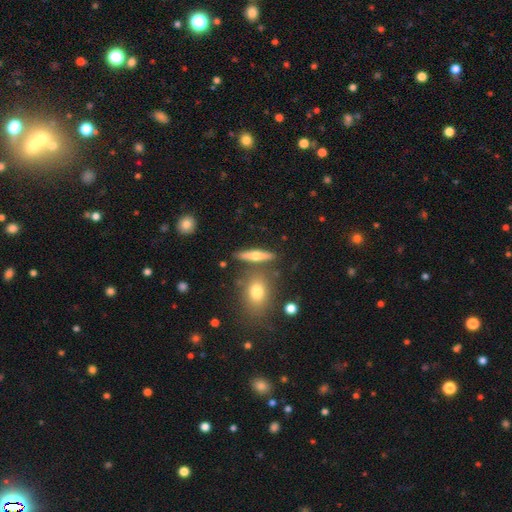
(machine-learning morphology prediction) The model was most divided on "smooth or featured": featured or disk: 48%, smooth: 43%, star or artifact: 9%. More confident: merging — none (75%).